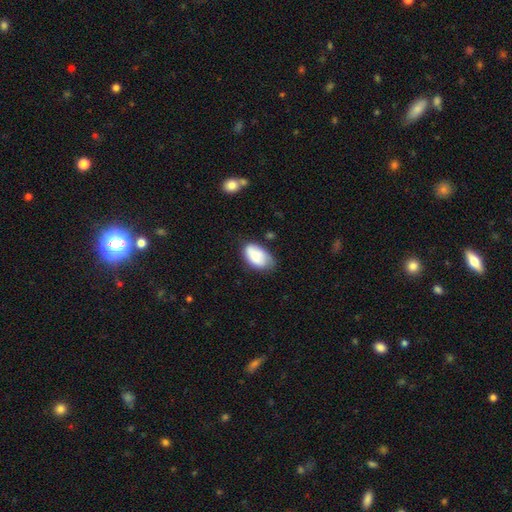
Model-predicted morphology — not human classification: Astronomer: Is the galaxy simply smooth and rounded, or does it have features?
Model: smooth — 80%.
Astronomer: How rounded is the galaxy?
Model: in between — 93%.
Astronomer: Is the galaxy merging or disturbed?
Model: none — 57% (runner-up: minor disturbance, 33%).